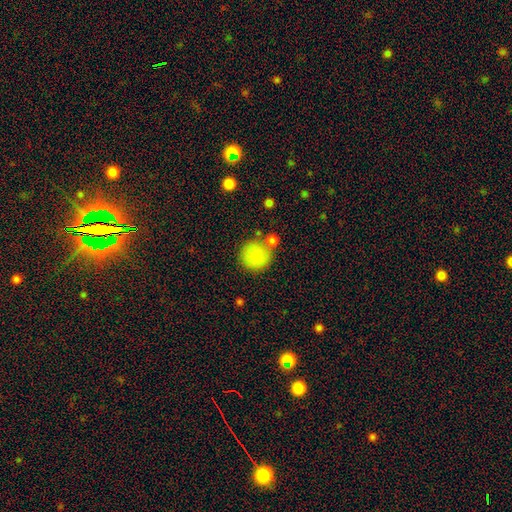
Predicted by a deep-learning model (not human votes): The model was most divided on "merging": none: 72%, merger: 13%, minor disturbance: 11%, major disturbance: 4%. More confident: how rounded — round (93%); smooth or featured — smooth (85%).